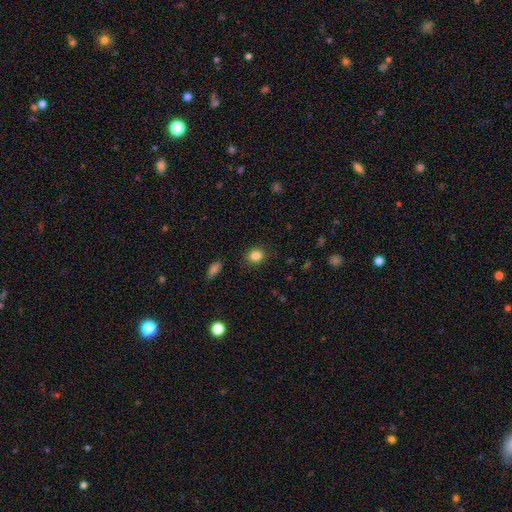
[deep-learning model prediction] smooth 85%, star or artifact 11%, featured or disk 5%. Down the decision tree: how rounded — round (64%); merging — none (87%).